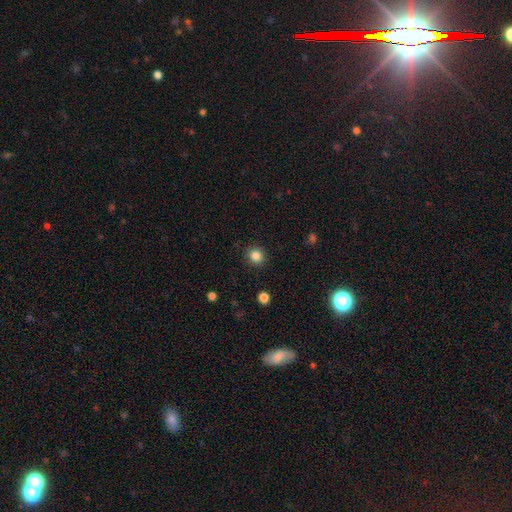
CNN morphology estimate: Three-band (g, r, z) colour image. It shows a smooth galaxy with no disk features (84%) that is round (88%). Merging: none (91%).